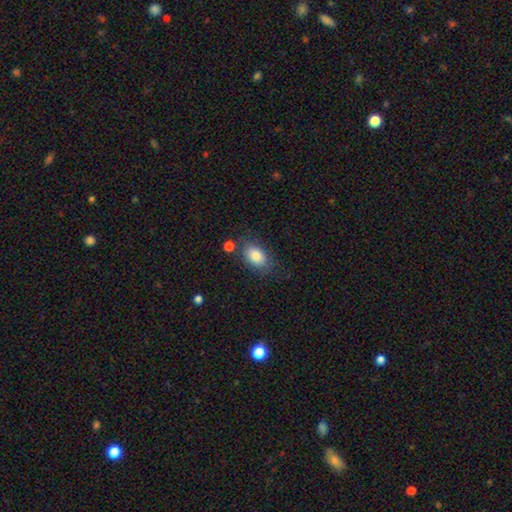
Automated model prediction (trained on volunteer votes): This appears to be a smooth galaxy with no disk features (83%) that is in between round and cigar-shaped (85%). Merging: none (72%).